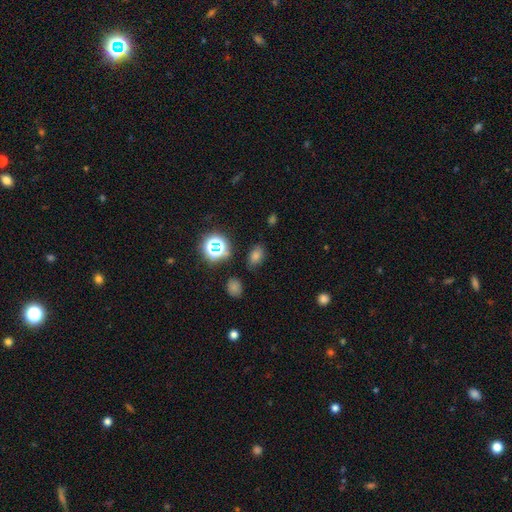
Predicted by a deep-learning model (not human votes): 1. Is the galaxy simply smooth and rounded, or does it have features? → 57% smooth, 34% star or artifact, 8% featured or disk.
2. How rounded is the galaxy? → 71% in between, 27% round, 2% cigar-shaped.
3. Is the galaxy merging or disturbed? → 83% none, 11% minor disturbance, 3% merger, 3% major disturbance.